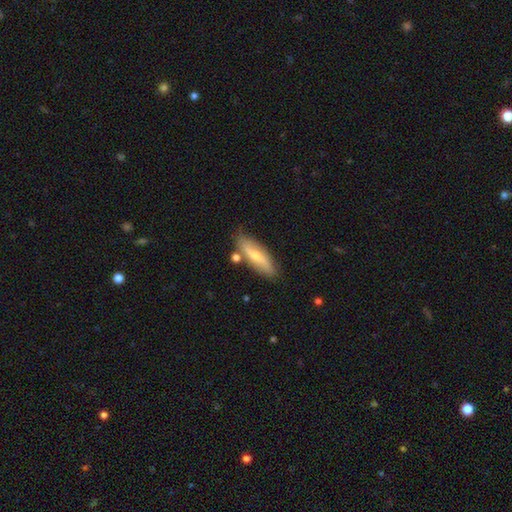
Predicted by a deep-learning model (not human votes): Q: Smooth or featured?
A: smooth (48%); runner-up: featured or disk (47%)
Q: Merging?
A: none (79%); runner-up: minor disturbance (13%)